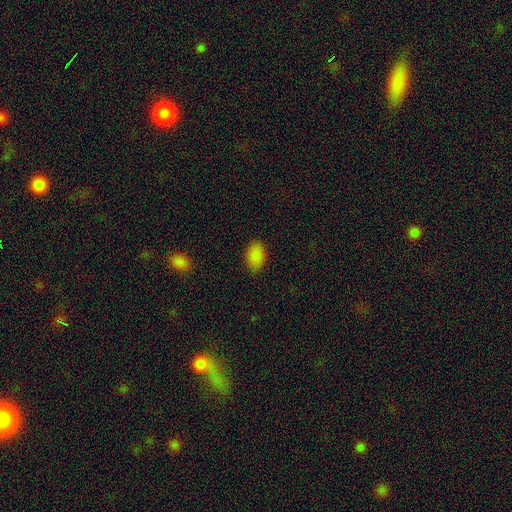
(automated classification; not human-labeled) smooth_or_featured: smooth (p=0.86) [alt: star or artifact p=0.10]
how_rounded: in between (p=0.89) [alt: round p=0.10]
merging: none (p=0.85) [alt: minor disturbance p=0.11]